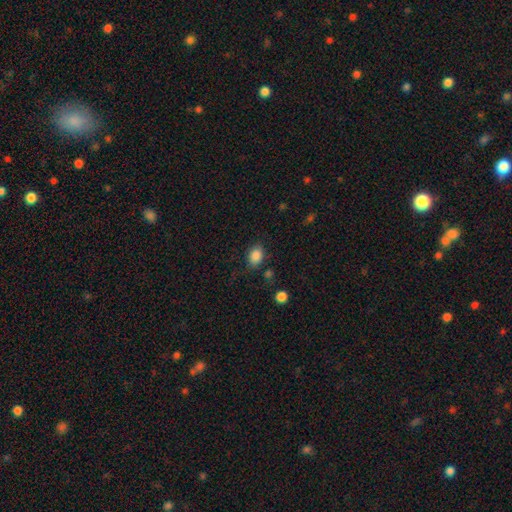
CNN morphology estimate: smooth_or_featured: smooth (p=0.86) [alt: star or artifact p=0.09]
how_rounded: in between (p=0.71) [alt: round p=0.28]
merging: none (p=0.76) [alt: minor disturbance p=0.15]